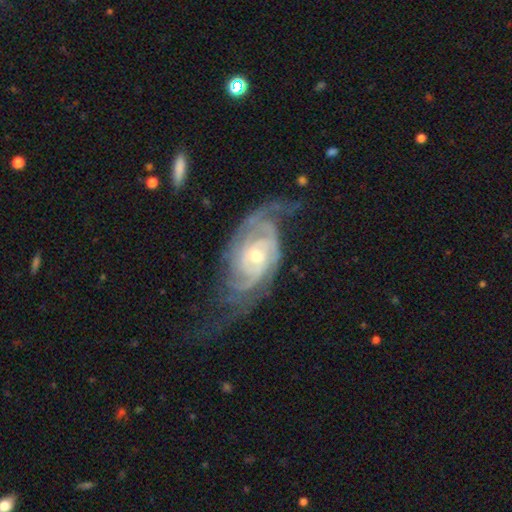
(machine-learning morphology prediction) Smooth or featured? Predicted: featured or disk (p=0.91). Edge-on disk? Predicted: no (p=0.95). Bar? Predicted: no (p=0.63). Spiral arms? Predicted: yes (p=0.97). Spiral winding? Predicted: tight (p=0.57). Spiral arm count? Predicted: 2 (p=0.50). Bulge size? Predicted: moderate (p=0.51). Merging? Predicted: none (p=0.59).